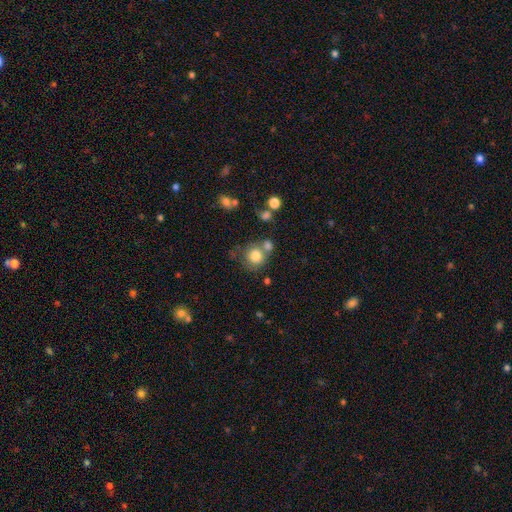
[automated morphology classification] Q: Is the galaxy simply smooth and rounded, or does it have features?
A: smooth — 79%.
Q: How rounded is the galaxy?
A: round — 88%.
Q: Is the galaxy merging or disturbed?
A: none — 58%.